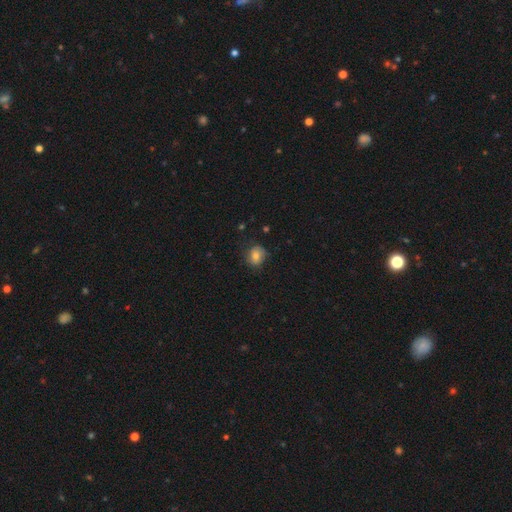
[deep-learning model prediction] Smooth or featured?
  - smooth: 75% *
  - featured or disk: 15%
  - star or artifact: 10%
How rounded?
  - round: 59% *
  - in between: 40%
  - cigar-shaped: 1%
Merging?
  - none: 72% *
  - minor disturbance: 21%
  - major disturbance: 6%
  - merger: 1%